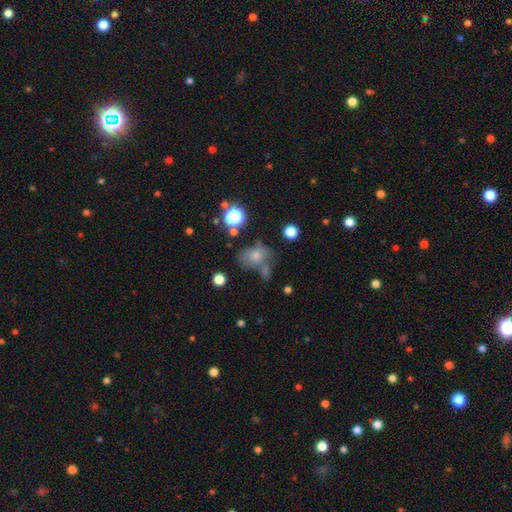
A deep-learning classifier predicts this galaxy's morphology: Smooth or featured: smooth — 68% (featured or disk — 16%)
How rounded: in between — 69% (round — 30%)
Merging: none — 44% (merger — 23%)